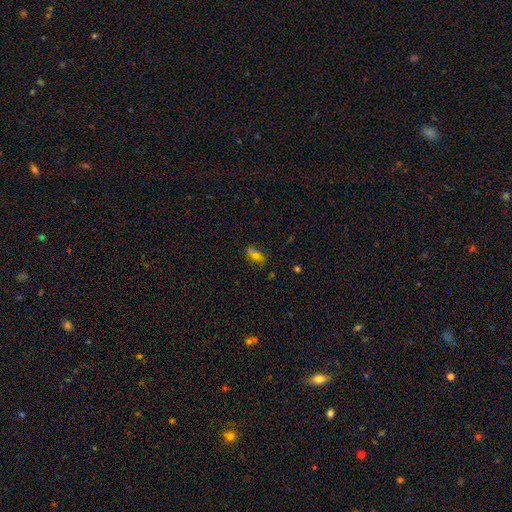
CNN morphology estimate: This is likely a smooth galaxy (64%). How rounded: clearly in between (80%). Merging: likely none (66%).